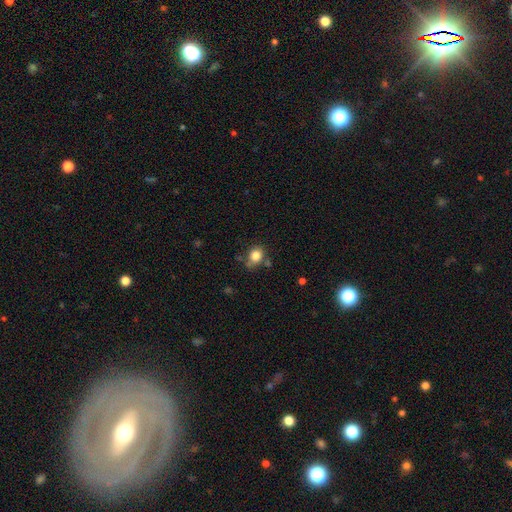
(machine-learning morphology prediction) Smooth or featured?
  - smooth: 82% *
  - star or artifact: 11%
  - featured or disk: 8%
How rounded?
  - round: 58% *
  - in between: 41%
  - cigar-shaped: 1%
Merging?
  - none: 63% *
  - minor disturbance: 21%
  - merger: 9%
  - major disturbance: 6%